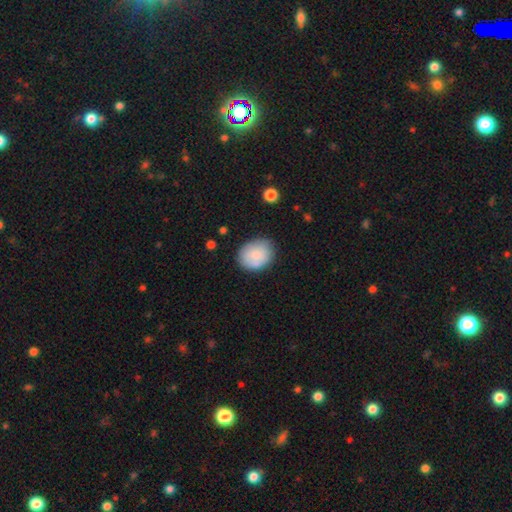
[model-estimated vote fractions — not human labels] smooth_or_featured: smooth (p=0.77) [alt: featured or disk p=0.16]
how_rounded: in between (p=0.56) [alt: round p=0.43]
merging: none (p=0.73) [alt: minor disturbance p=0.19]